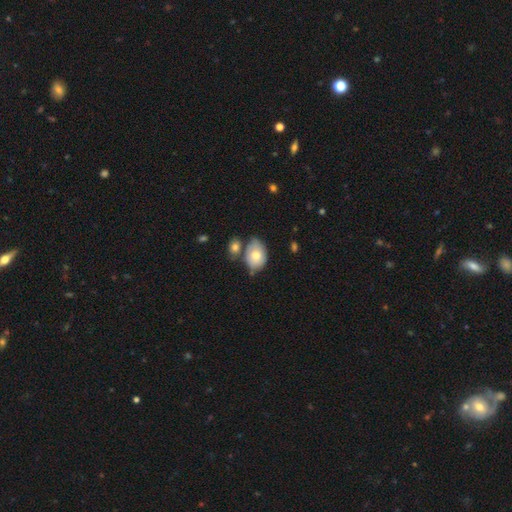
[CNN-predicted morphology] A smooth galaxy with no disk features (73%) that is in between round and cigar-shaped (77%). Merging: none (49%).